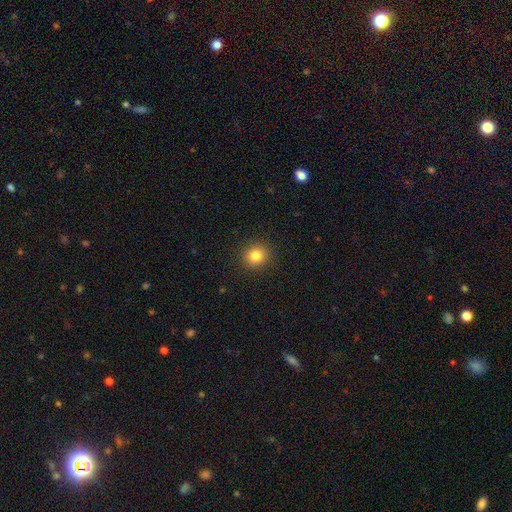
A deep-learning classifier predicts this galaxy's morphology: The model was most divided on "smooth or featured": smooth: 82%, star or artifact: 12%, featured or disk: 6%. More confident: merging — none (91%); how rounded — round (88%).